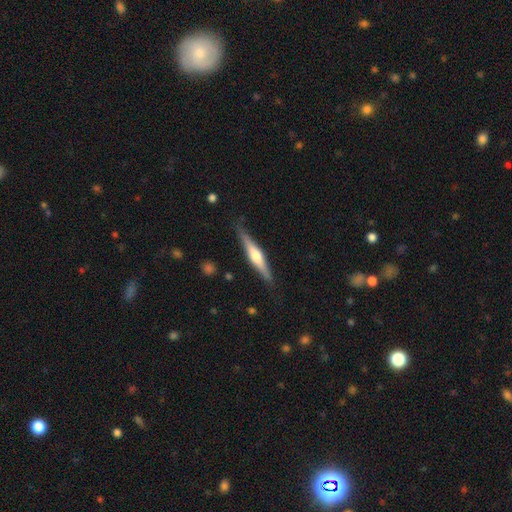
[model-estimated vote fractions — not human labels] The model was most divided on "smooth or featured": featured or disk: 63%, smooth: 32%, star or artifact: 5%. More confident: edge-on disk — yes (97%); merging — none (85%); edge-on bulge — rounded (83%).